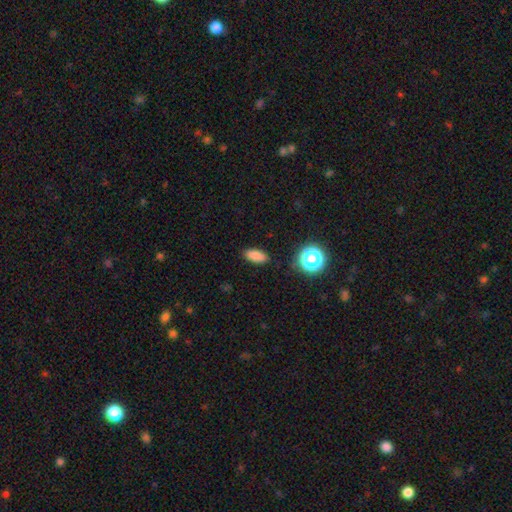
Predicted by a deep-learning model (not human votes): Q: Smooth or featured?
A: smooth (83%); runner-up: star or artifact (12%)
Q: How rounded?
A: in between (81%); runner-up: cigar-shaped (13%)
Q: Merging?
A: none (85%); runner-up: minor disturbance (10%)